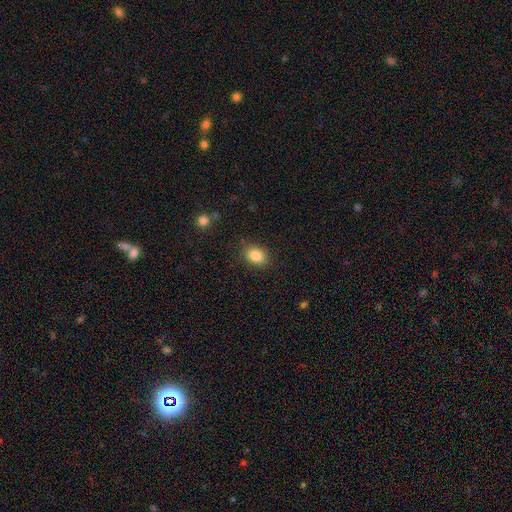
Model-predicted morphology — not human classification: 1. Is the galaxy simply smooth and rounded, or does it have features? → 85% smooth, 9% star or artifact, 6% featured or disk.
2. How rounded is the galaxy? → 63% in between, 36% round, 1% cigar-shaped.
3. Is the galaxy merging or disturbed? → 85% none, 11% minor disturbance, 3% major disturbance, 1% merger.